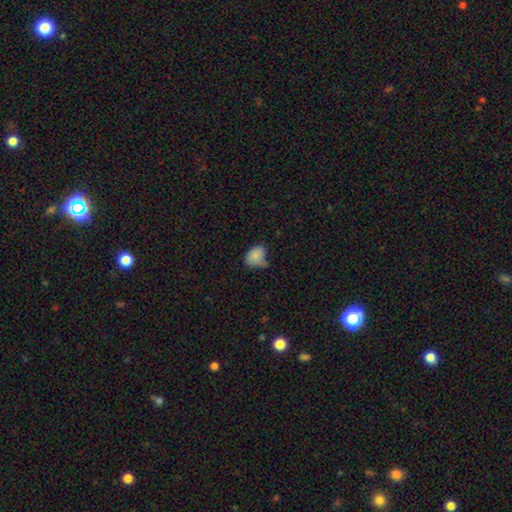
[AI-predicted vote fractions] smooth-or-featured: smooth: 82% | featured or disk: 10% | star or artifact: 9%
  how-rounded: in between: 73% | round: 26% | cigar-shaped: 1%
  merging: none: 42% | minor disturbance: 35% | major disturbance: 13% | merger: 11%